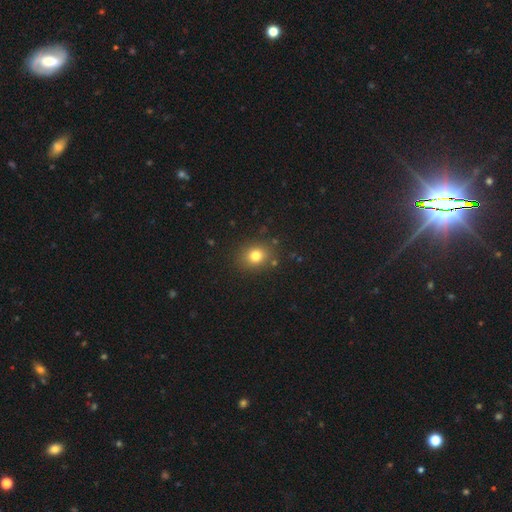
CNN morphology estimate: The model was most divided on "how rounded": round: 67%, in between: 32%, cigar-shaped: 1%. More confident: merging — none (84%); smooth or featured — smooth (78%).